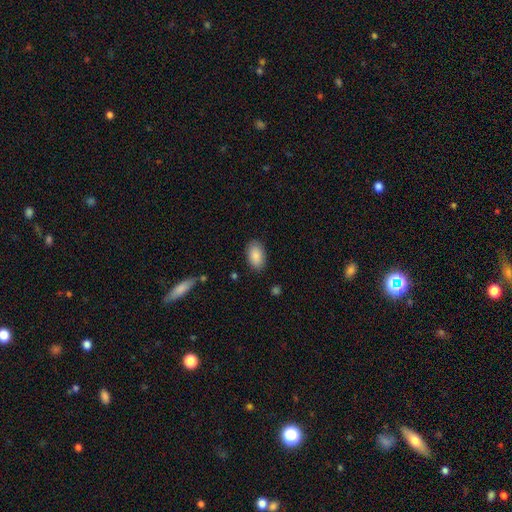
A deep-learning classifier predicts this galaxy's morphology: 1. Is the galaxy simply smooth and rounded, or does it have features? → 88% smooth, 6% star or artifact, 5% featured or disk.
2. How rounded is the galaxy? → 94% in between, 5% round, 1% cigar-shaped.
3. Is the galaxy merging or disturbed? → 85% none, 11% minor disturbance, 3% major disturbance, 1% merger.